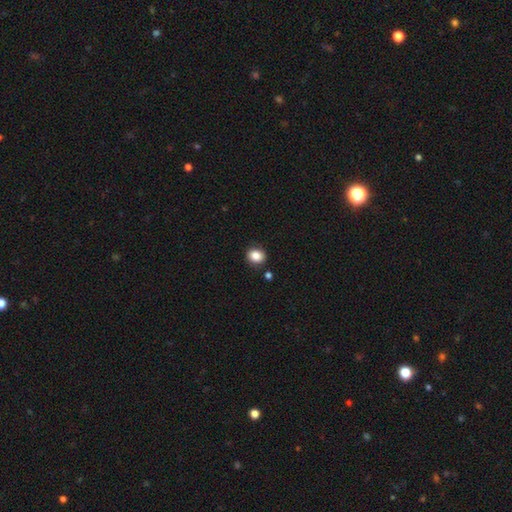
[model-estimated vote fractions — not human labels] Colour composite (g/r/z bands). It shows a smooth galaxy with no disk features (85%) that is round (65%). Merging: none (86%).